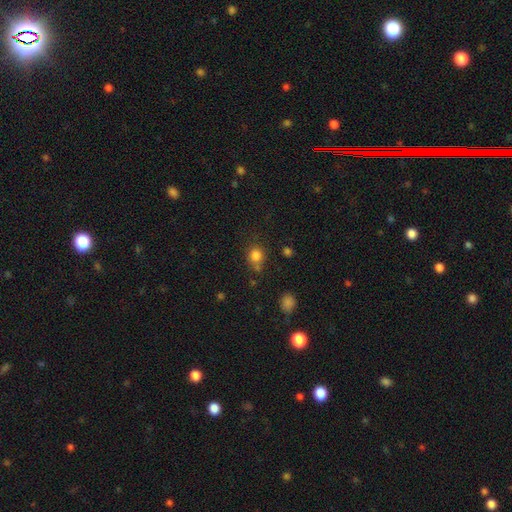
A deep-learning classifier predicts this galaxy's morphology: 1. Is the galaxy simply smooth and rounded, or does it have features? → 82% smooth, 13% star or artifact, 5% featured or disk.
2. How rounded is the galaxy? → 82% round, 17% in between, 1% cigar-shaped.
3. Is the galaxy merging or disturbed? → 71% none, 14% minor disturbance, 11% merger, 4% major disturbance.